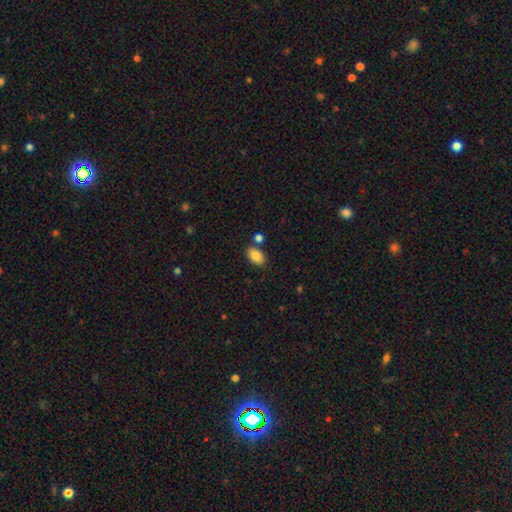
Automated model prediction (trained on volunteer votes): Smooth or featured? smooth (85%)
How rounded? in between (90%)
Merging? none (76%)